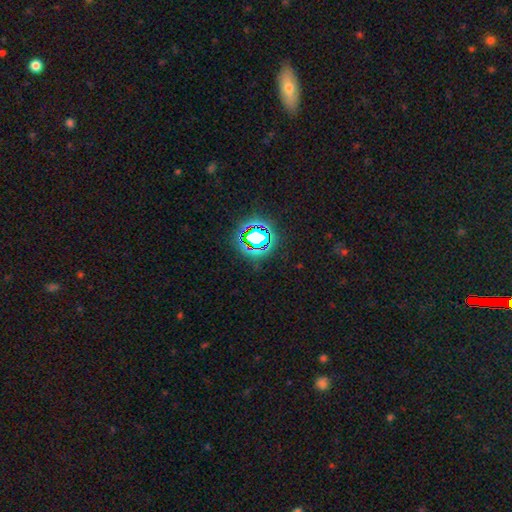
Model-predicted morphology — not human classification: Smooth or featured: star or artifact — 76% (smooth — 15%)